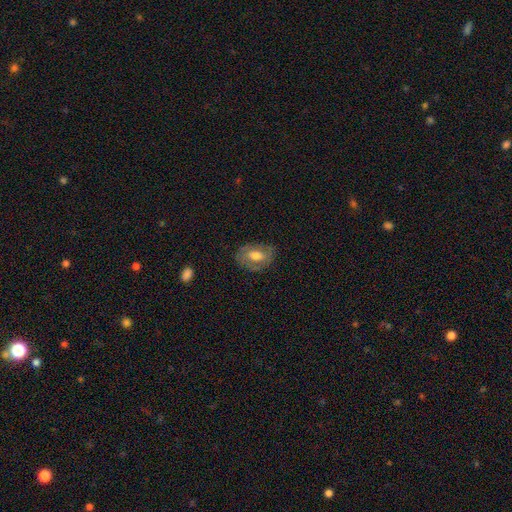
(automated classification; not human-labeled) This appears to be a smooth galaxy with no disk features (47%). Merging: none (73%).